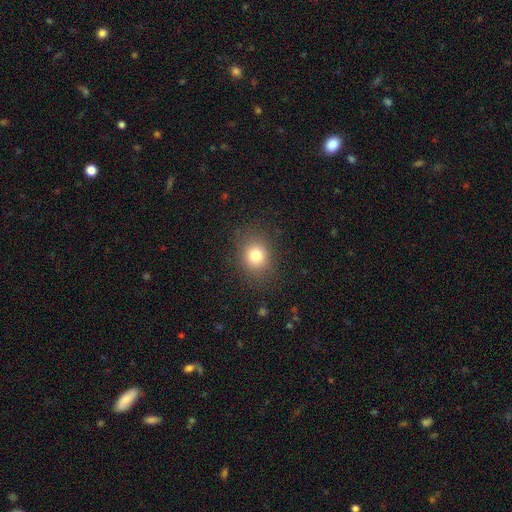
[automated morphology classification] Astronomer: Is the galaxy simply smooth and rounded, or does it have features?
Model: smooth — 79%.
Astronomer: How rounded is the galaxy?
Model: round — 67%.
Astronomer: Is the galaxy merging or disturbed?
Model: none — 85%.